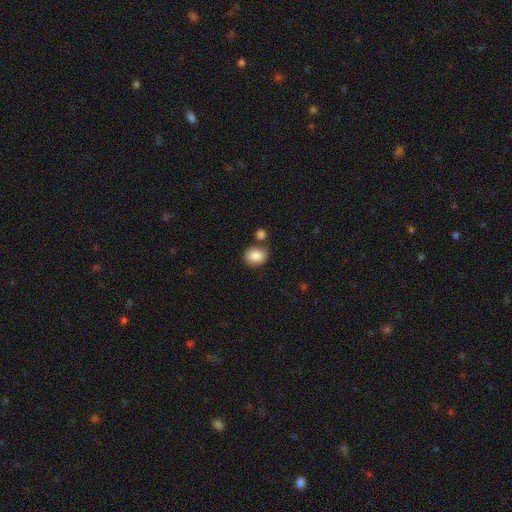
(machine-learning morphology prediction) Overall: smooth (87%). How rounded: in between (55%; round 43%). Merging: none (74%).